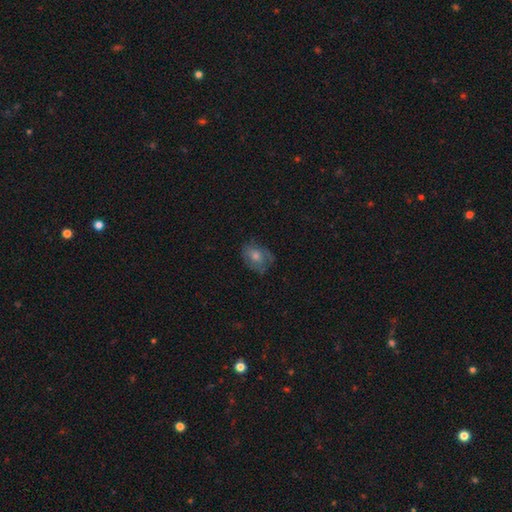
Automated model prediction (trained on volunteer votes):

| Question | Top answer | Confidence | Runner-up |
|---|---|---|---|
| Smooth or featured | smooth | 46% | featured or disk (39%) |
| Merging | none | 69% | minor disturbance (21%) |